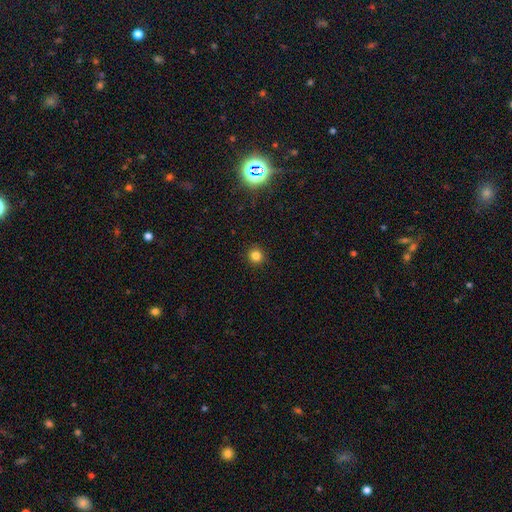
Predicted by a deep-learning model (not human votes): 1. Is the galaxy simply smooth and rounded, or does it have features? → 81% smooth, 14% star or artifact, 5% featured or disk.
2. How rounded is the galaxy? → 94% round, 5% in between, 1% cigar-shaped.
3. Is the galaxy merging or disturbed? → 92% none, 5% minor disturbance, 2% major disturbance, 1% merger.